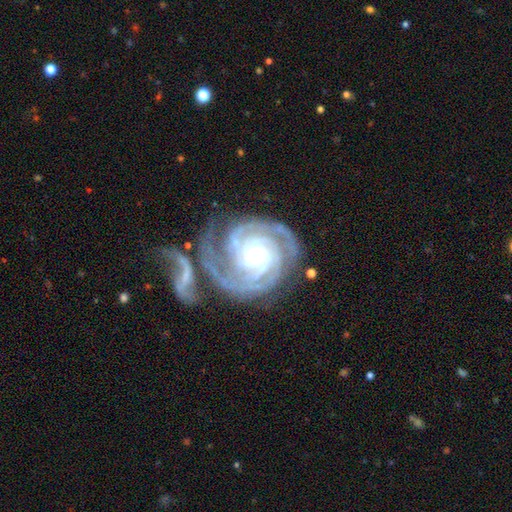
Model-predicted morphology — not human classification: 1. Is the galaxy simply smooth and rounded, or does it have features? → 92% featured or disk, 4% star or artifact, 4% smooth.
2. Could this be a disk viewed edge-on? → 98% no, 2% yes.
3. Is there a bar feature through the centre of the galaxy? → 60% no, 25% weak, 15% strong.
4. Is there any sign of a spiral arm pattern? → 98% yes, 2% no.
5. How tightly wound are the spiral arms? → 81% tight, 17% medium, 3% loose.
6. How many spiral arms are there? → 28% 3, 20% 4, 19% 2, 15% can't tell, 10% more than 4, 8% 1.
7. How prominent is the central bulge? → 51% moderate, 36% small, 10% large, 2% none, 2% dominant.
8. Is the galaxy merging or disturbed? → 52% none, 19% minor disturbance, 17% merger, 12% major disturbance.